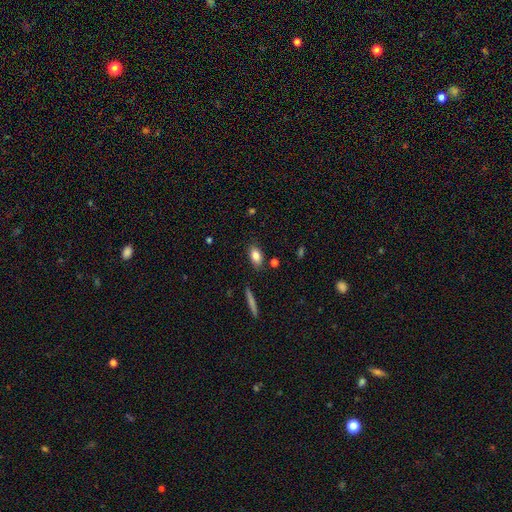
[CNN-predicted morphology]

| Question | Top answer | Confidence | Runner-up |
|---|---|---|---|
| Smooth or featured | smooth | 82% | featured or disk (10%) |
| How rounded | in between | 87% | cigar-shaped (7%) |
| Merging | none | 83% | minor disturbance (12%) |